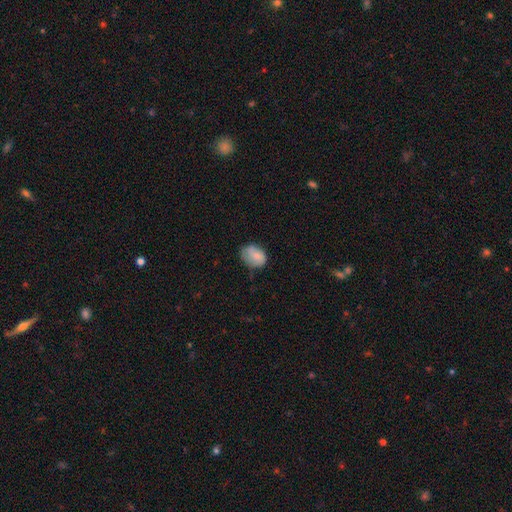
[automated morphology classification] Smooth or featured? smooth (74%)
How rounded? in between (65%)
Merging? none (52%)